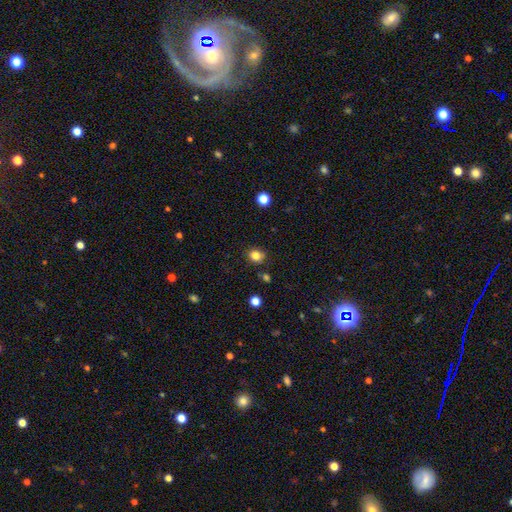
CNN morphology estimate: Q: Smooth or featured?
A: smooth (82%); runner-up: star or artifact (12%)
Q: How rounded?
A: round (64%); runner-up: in between (35%)
Q: Merging?
A: none (82%); runner-up: minor disturbance (13%)